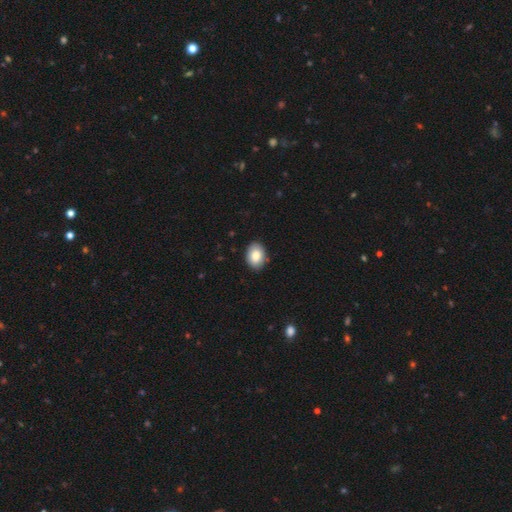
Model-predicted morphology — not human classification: A smooth galaxy with no disk features (84%) that is in between round and cigar-shaped (77%).

Vote fractions:
- Smooth or featured? smooth: 84% / featured or disk: 9% / star or artifact: 7%
- How rounded? in between: 77% / round: 22% / cigar-shaped: 1%
- Merging? none: 87% / minor disturbance: 10% / major disturbance: 2% / merger: 1%